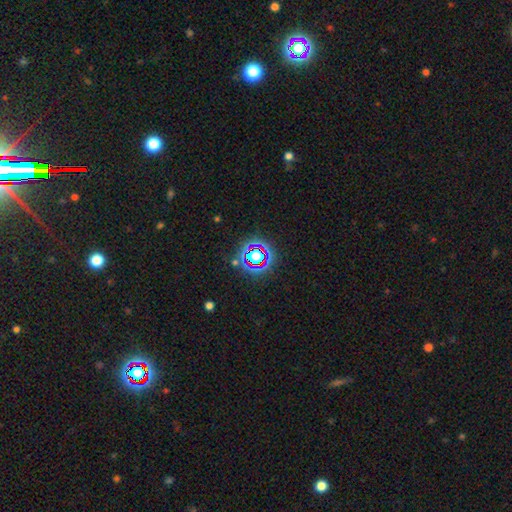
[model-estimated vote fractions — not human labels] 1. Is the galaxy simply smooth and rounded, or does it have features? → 66% star or artifact, 21% smooth, 13% featured or disk.